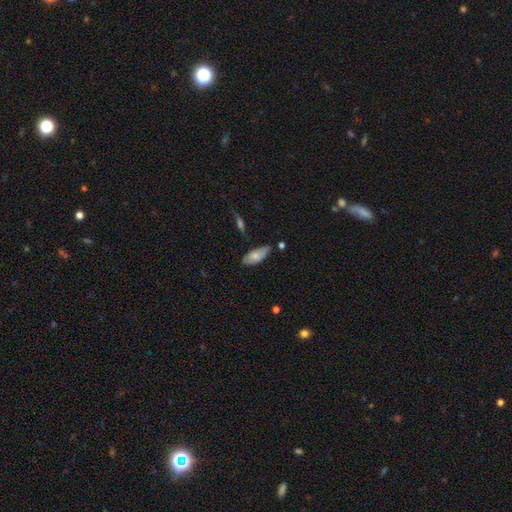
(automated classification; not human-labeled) Smooth or featured? smooth (72%)
How rounded? in between (86%)
Merging? none (62%)